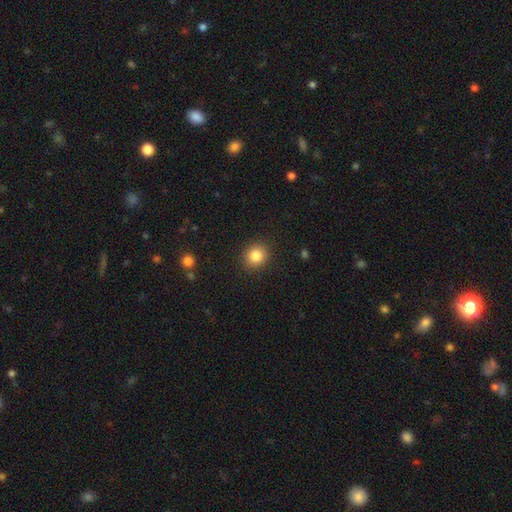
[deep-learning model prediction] smooth 84%, star or artifact 10%, featured or disk 6%. Down the decision tree: how rounded — round (78%); merging — none (90%).